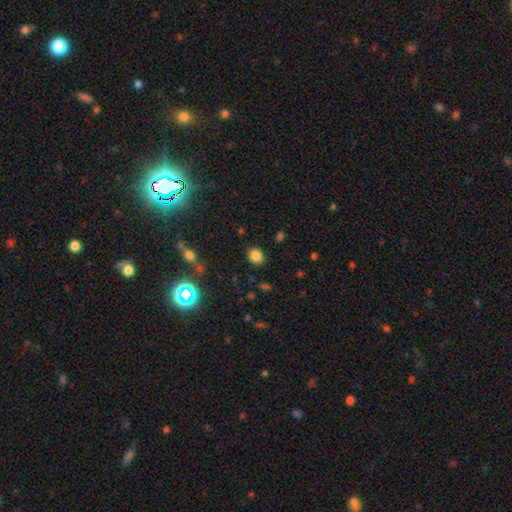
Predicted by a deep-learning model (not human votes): A smooth galaxy with no disk features (81%) that is round (55%). Merging: none (87%).